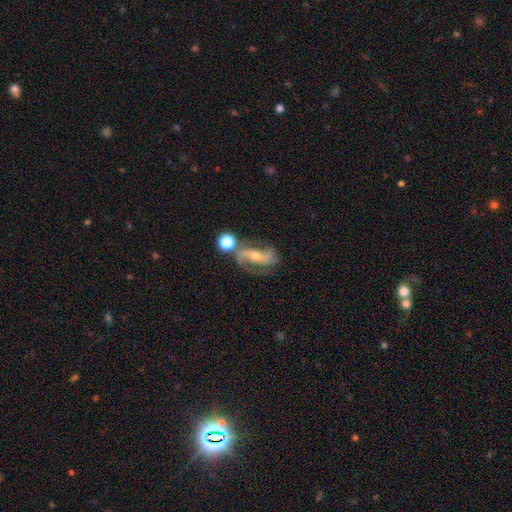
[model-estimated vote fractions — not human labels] Smooth or featured: featured or disk — 82% (smooth — 9%)
Edge-on disk: no — 94% (yes — 6%)
Bar: strong — 37% (no — 32%)
Spiral arms: yes — 95% (no — 5%)
Spiral winding: medium — 46% (loose — 35%)
Spiral arm count: 2 — 86% (1 — 5%)
Bulge size: small — 52% (moderate — 43%)
Merging: none — 59% (minor disturbance — 17%)